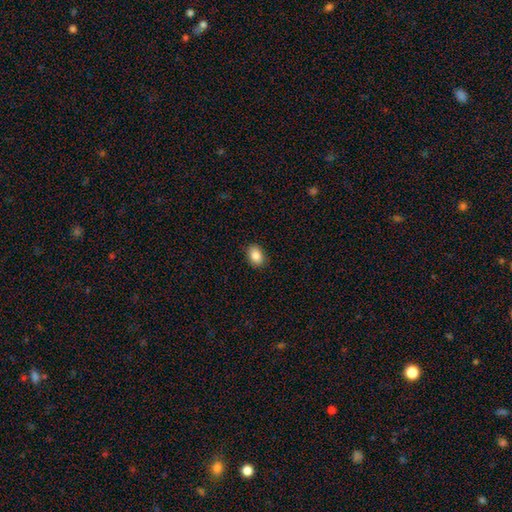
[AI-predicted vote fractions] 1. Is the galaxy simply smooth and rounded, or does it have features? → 87% smooth, 8% star or artifact, 5% featured or disk.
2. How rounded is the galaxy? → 81% in between, 18% round, 1% cigar-shaped.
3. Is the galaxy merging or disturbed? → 88% none, 9% minor disturbance, 2% major disturbance, 1% merger.